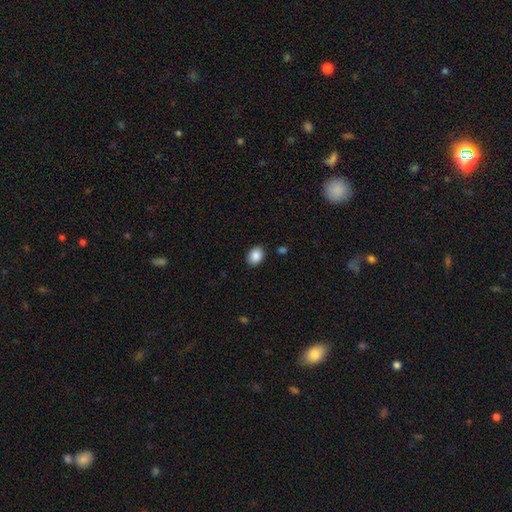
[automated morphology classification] Smooth or featured: smooth — 88% (star or artifact — 8%)
How rounded: in between — 67% (round — 32%)
Merging: none — 87% (minor disturbance — 9%)